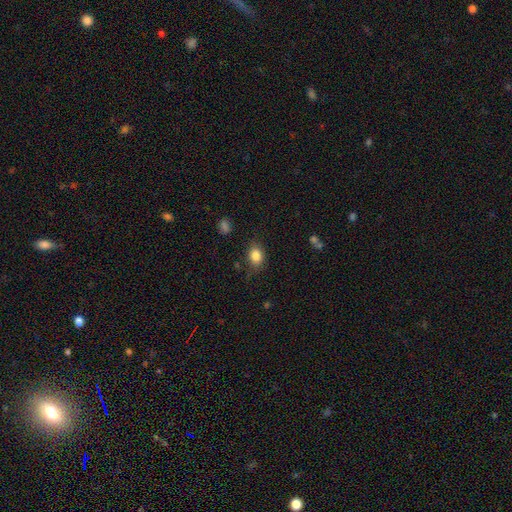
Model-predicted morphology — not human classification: type=smooth (84%); roundness=in between (66%); merging=none (78%).